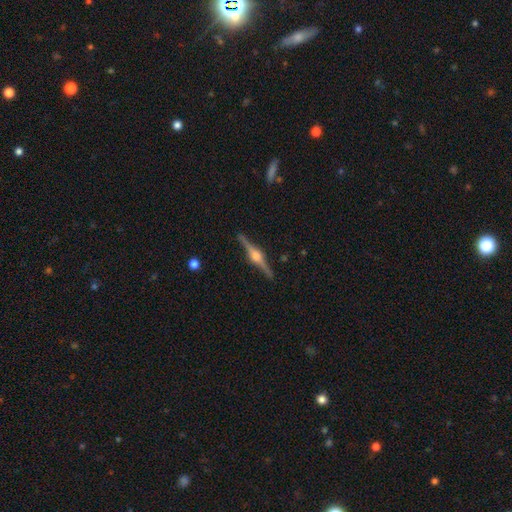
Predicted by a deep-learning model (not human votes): Smooth or featured? Predicted: featured or disk (p=0.88). Edge-on disk? Predicted: yes (p=0.98). Edge-on bulge? Predicted: rounded (p=0.92). Merging? Predicted: none (p=0.91).